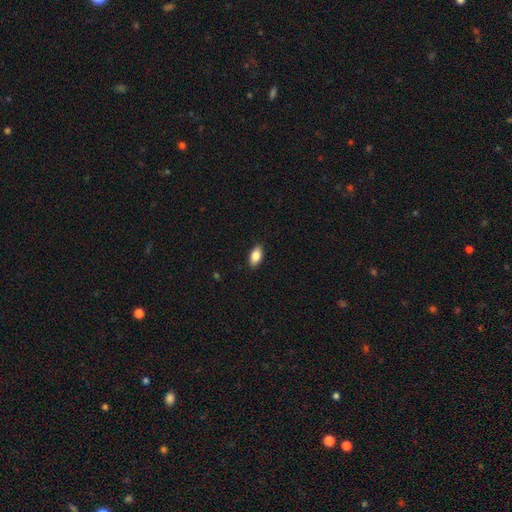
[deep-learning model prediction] The model was most divided on "smooth or featured": smooth: 85%, featured or disk: 8%, star or artifact: 7%. More confident: how rounded — in between (91%); merging — none (87%).